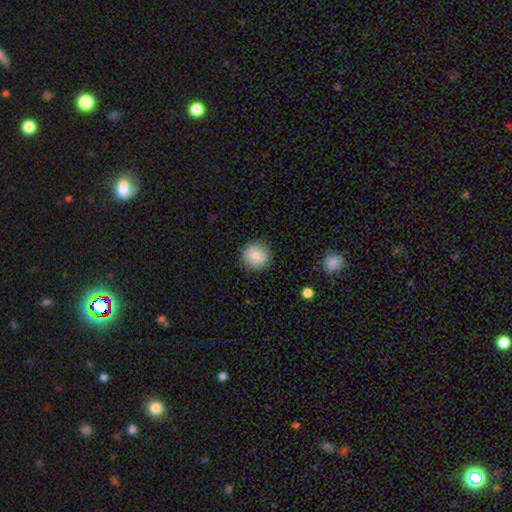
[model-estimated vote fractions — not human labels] Smooth or featured?
  - smooth: 82% *
  - featured or disk: 10%
  - star or artifact: 8%
How rounded?
  - round: 91% *
  - in between: 8%
  - cigar-shaped: 1%
Merging?
  - none: 88% *
  - minor disturbance: 8%
  - major disturbance: 2%
  - merger: 1%